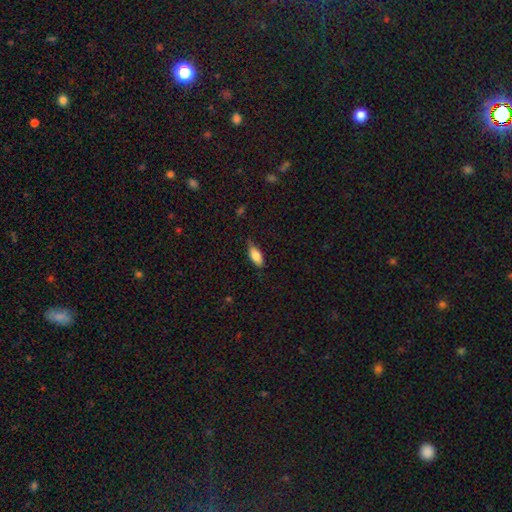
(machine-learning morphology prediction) This appears to be a smooth galaxy with no disk features (81%) that is in between round and cigar-shaped (80%). Merging: none (69%).